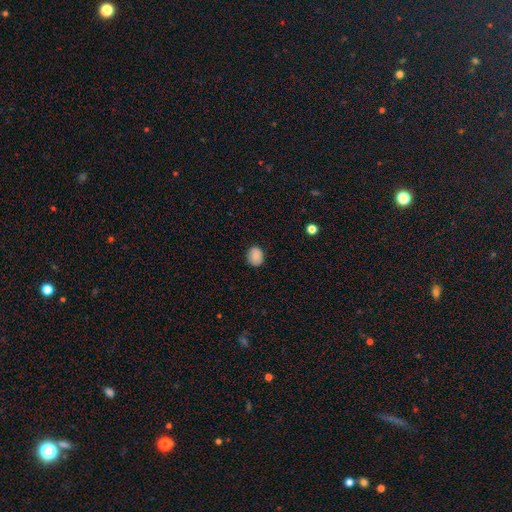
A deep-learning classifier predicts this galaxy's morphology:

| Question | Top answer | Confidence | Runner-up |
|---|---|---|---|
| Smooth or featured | smooth | 86% | star or artifact (8%) |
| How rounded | round | 56% | in between (43%) |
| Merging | none | 86% | minor disturbance (11%) |